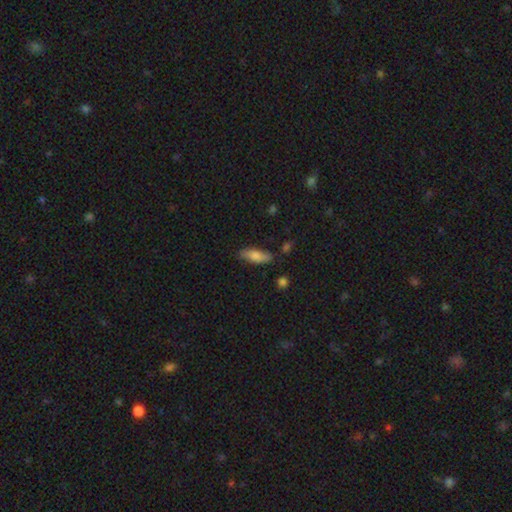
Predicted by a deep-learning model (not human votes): Smooth or featured? Predicted: smooth (p=0.75). How rounded? Predicted: in between (p=0.61). Merging? Predicted: none (p=0.79).